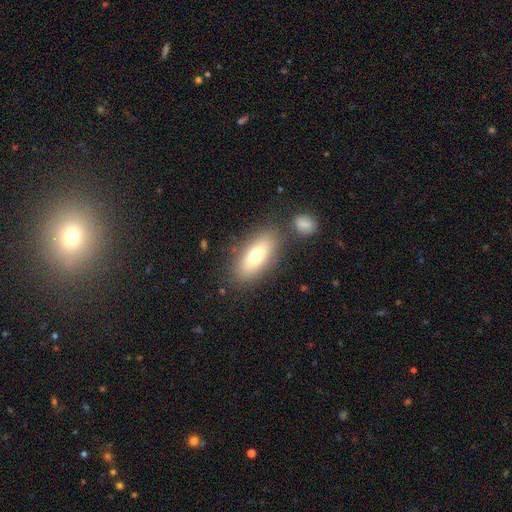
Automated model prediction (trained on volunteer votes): A smooth galaxy with no disk features (71%) that is in between round and cigar-shaped (81%).

Vote fractions:
- Smooth or featured? smooth: 71% / featured or disk: 21% / star or artifact: 8%
- How rounded? in between: 81% / cigar-shaped: 15% / round: 4%
- Merging? none: 77% / minor disturbance: 11% / merger: 7% / major disturbance: 4%